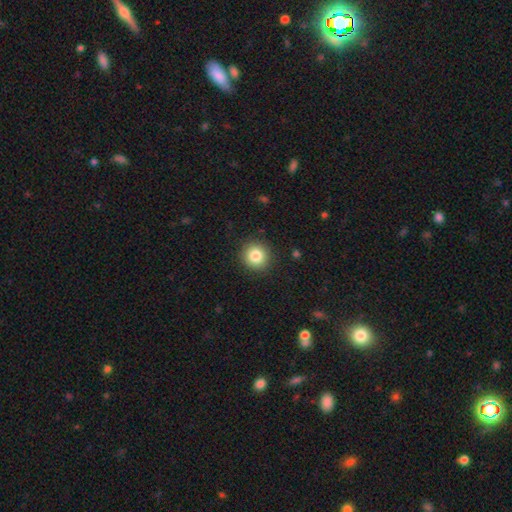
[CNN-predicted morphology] The model was most divided on "smooth or featured": smooth: 84%, star or artifact: 10%, featured or disk: 6%. More confident: how rounded — round (93%); merging — none (91%).